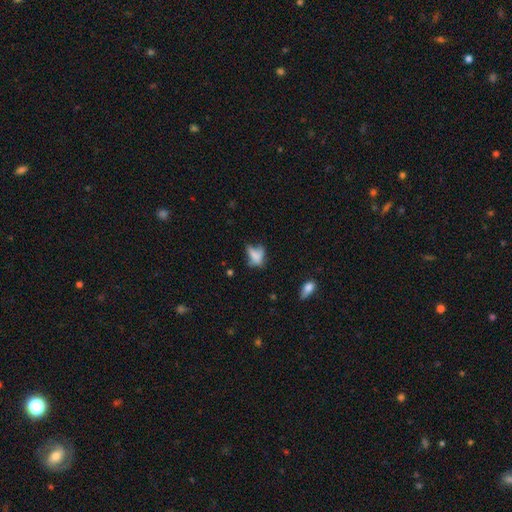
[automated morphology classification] Smooth or featured?
  - smooth: 61% *
  - featured or disk: 26%
  - star or artifact: 13%
How rounded?
  - in between: 71% *
  - round: 15%
  - cigar-shaped: 13%
Merging?
  - none: 33% *
  - major disturbance: 29%
  - minor disturbance: 26%
  - merger: 13%